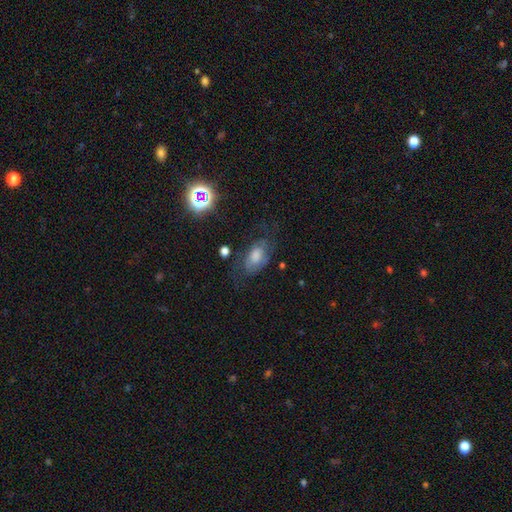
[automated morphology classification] The model was most divided on "smooth or featured": featured or disk: 54%, smooth: 29%, star or artifact: 17%. More confident: edge-on disk — no (93%); merging — none (65%).